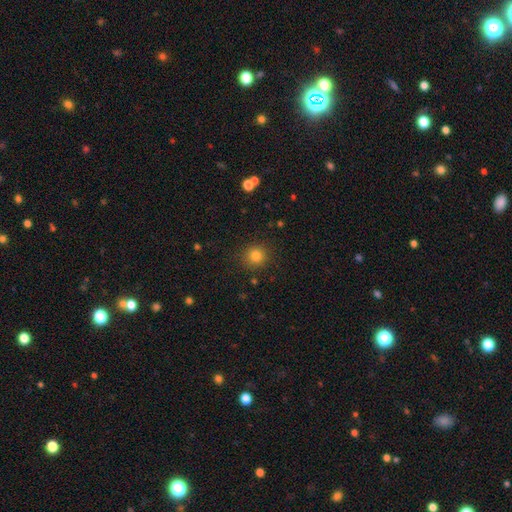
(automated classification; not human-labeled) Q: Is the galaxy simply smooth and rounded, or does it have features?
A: smooth — 82%.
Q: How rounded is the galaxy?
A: round — 91%.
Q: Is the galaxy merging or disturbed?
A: none — 88%.